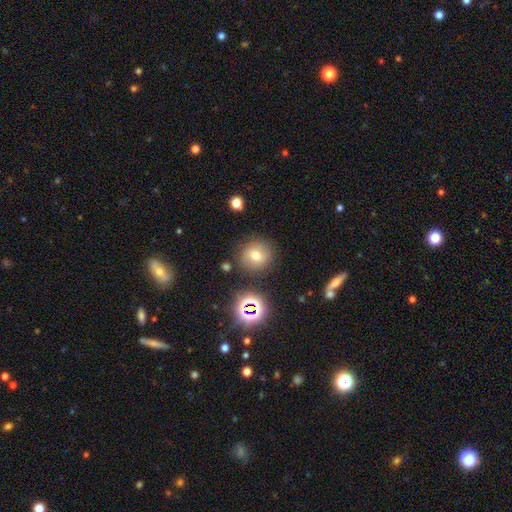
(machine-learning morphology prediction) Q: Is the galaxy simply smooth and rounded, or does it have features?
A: smooth — 68%.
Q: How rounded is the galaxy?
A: round — 89%.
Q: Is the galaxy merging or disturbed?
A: none — 82%.